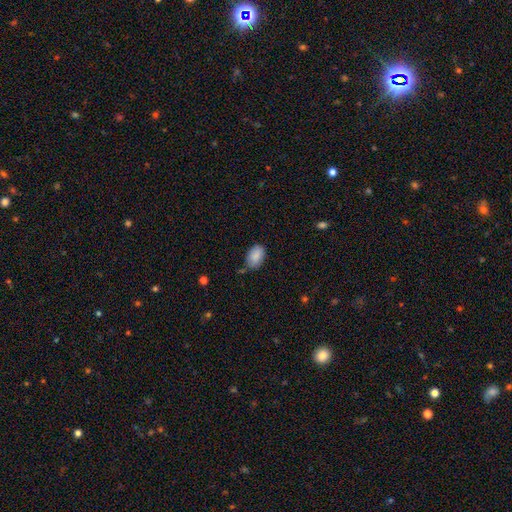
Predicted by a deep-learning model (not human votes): A smooth galaxy with no disk features (87%) that is in between round and cigar-shaped (89%).

Vote fractions:
- Smooth or featured? smooth: 87% / star or artifact: 7% / featured or disk: 6%
- How rounded? in between: 89% / round: 9% / cigar-shaped: 1%
- Merging? none: 68% / minor disturbance: 24% / major disturbance: 4% / merger: 4%